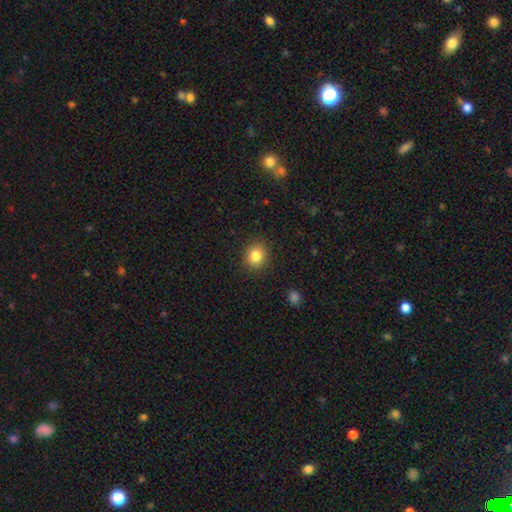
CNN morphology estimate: Smooth or featured?
  - smooth: 84% *
  - star or artifact: 10%
  - featured or disk: 6%
How rounded?
  - round: 75% *
  - in between: 25%
  - cigar-shaped: 1%
Merging?
  - none: 89% *
  - minor disturbance: 7%
  - major disturbance: 2%
  - merger: 1%